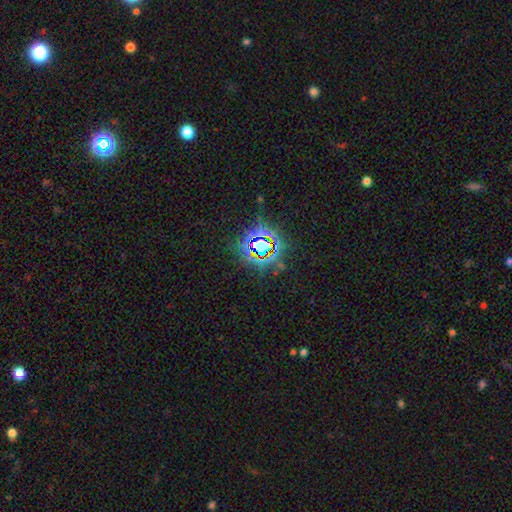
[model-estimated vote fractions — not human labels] This appears to be a star or artifact, not a galaxy (80%).